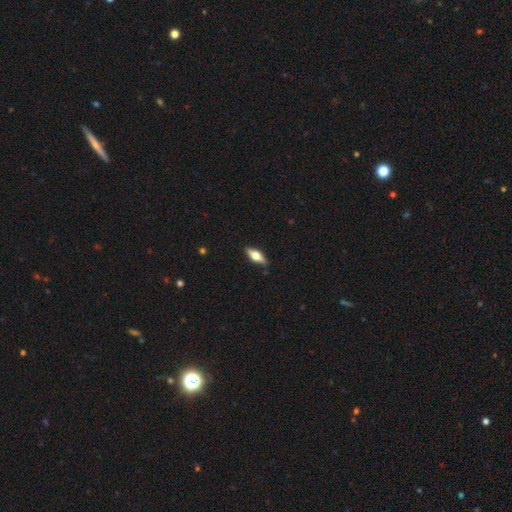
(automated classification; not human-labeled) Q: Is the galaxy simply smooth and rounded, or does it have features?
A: smooth — 48%.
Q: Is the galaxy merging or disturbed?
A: none — 88%.